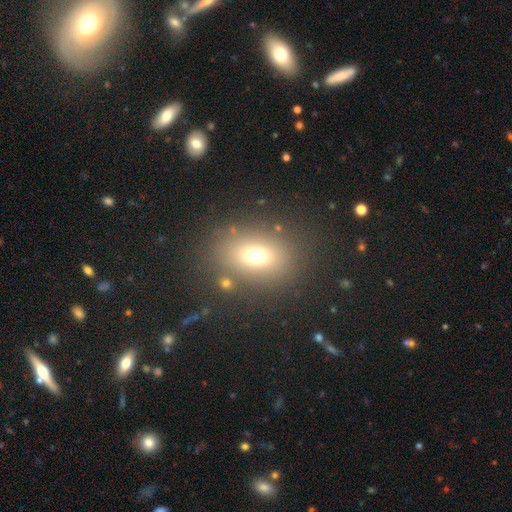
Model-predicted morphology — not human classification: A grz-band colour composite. It shows a smooth galaxy with no disk features (69%) that is in between round and cigar-shaped (59%). Merging: none (80%).